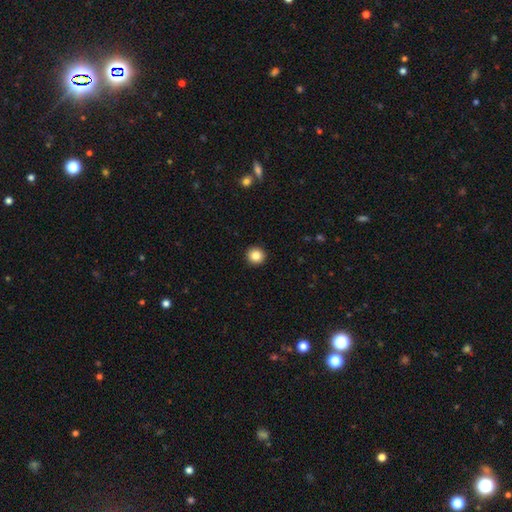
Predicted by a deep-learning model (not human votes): A smooth galaxy with no disk features (85%) that is round (95%).

Vote fractions:
- Smooth or featured? smooth: 85% / star or artifact: 10% / featured or disk: 5%
- How rounded? round: 95% / in between: 4% / cigar-shaped: 1%
- Merging? none: 94% / minor disturbance: 4% / major disturbance: 1% / merger: 1%